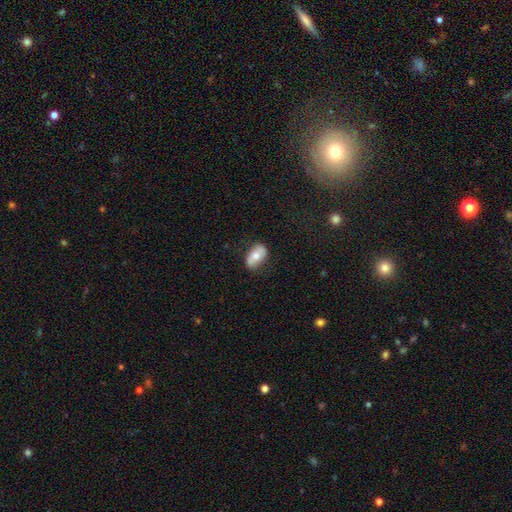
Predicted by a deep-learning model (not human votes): This is likely a smooth galaxy (66%). How rounded: clearly in between (91%). Merging: likely none (77%).